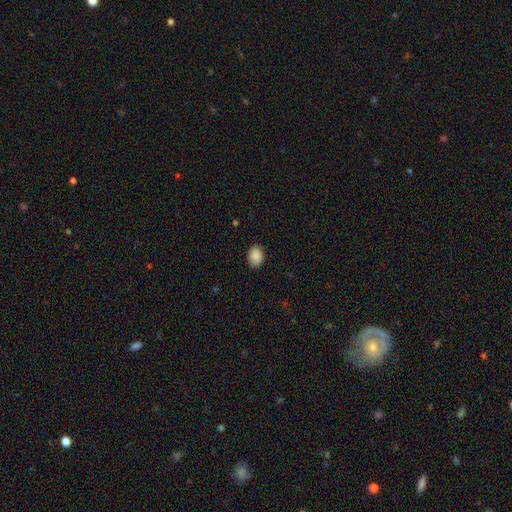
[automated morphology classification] Smooth or featured? smooth (89%)
How rounded? in between (68%)
Merging? none (86%)